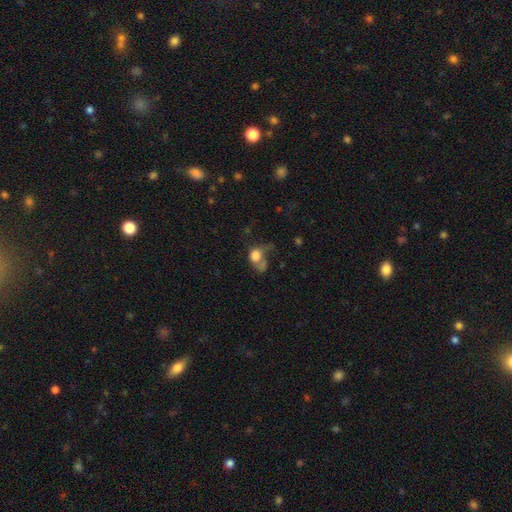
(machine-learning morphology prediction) Q: Smooth or featured?
A: smooth (69%); runner-up: featured or disk (20%)
Q: How rounded?
A: round (51%); runner-up: in between (47%)
Q: Merging?
A: major disturbance (40%); runner-up: merger (23%)